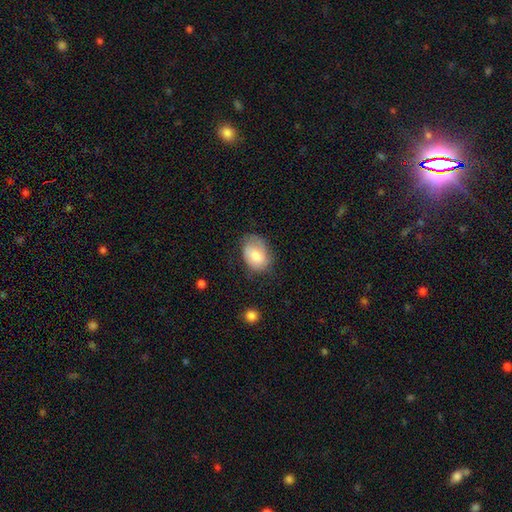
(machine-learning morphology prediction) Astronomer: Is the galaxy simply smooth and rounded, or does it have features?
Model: smooth — 76%.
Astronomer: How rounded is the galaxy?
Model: in between — 73%.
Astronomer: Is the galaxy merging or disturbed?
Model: none — 54% (runner-up: minor disturbance, 32%).